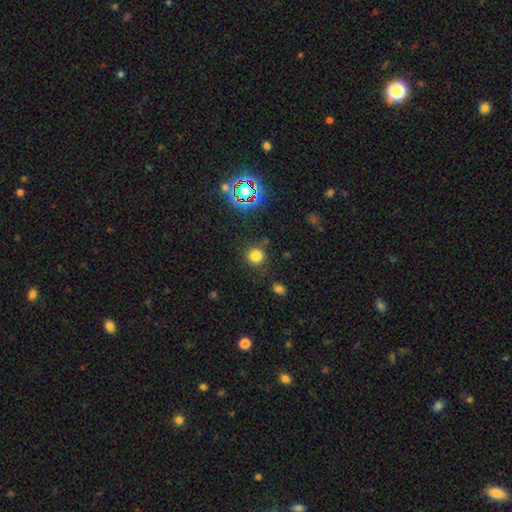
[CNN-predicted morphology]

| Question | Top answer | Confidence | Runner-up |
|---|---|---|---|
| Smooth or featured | smooth | 75% | star or artifact (19%) |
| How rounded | round | 89% | in between (9%) |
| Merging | none | 80% | minor disturbance (12%) |